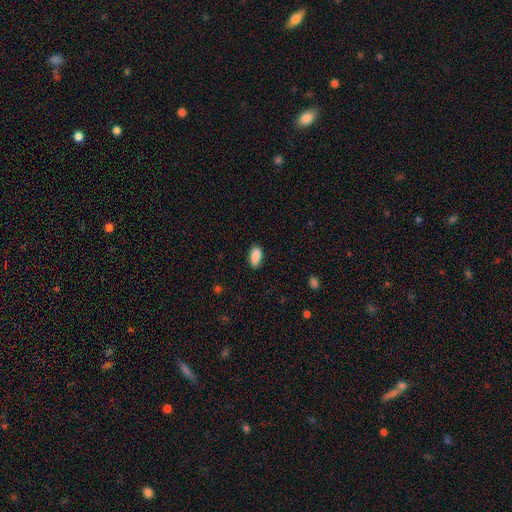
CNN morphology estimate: A smooth galaxy with no disk features (89%) that is in between round and cigar-shaped (92%). Merging: none (83%).